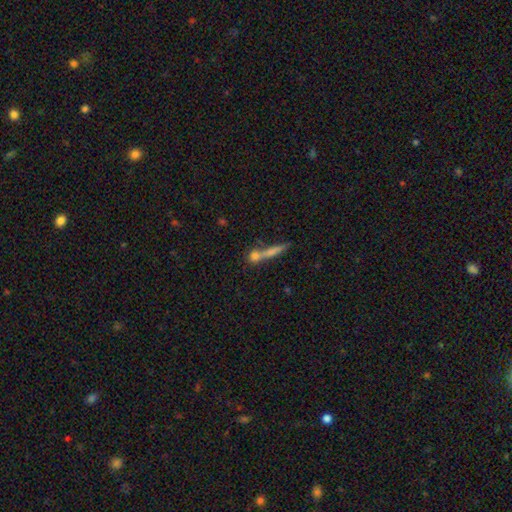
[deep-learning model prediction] A smooth galaxy with no disk features (67%) that is cigar-shaped (45%).

Vote fractions:
- Smooth or featured? smooth: 67% / featured or disk: 21% / star or artifact: 12%
- How rounded? cigar-shaped: 45% / round: 36% / in between: 18%
- Merging? none: 49% / merger: 35% / minor disturbance: 10% / major disturbance: 6%